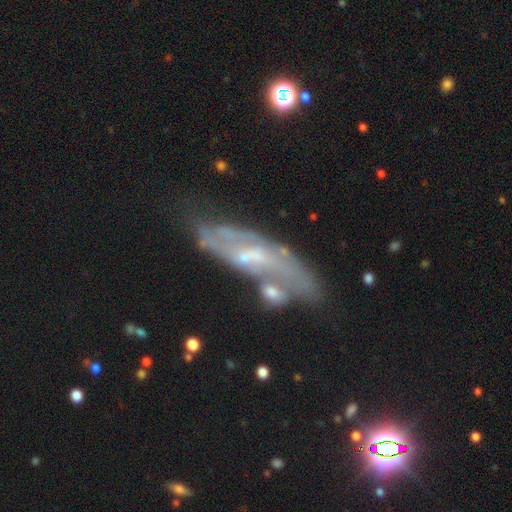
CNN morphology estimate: This appears to be a featured or disk galaxy (73%) with a weak bar (44%), spiral arms (72%) and a small central bulge (59%). Merging: none (51%).